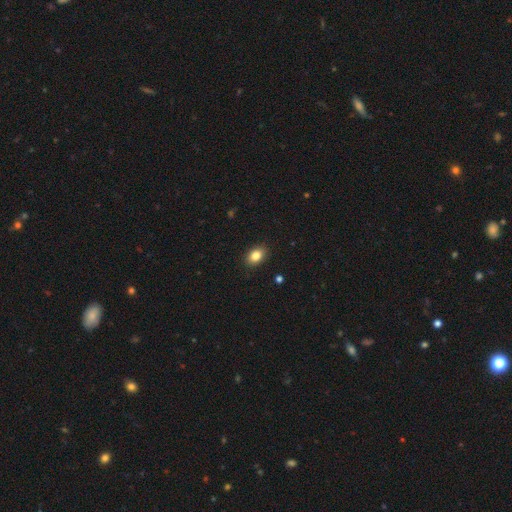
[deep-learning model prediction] Smooth or featured? smooth (84%)
How rounded? in between (77%)
Merging? none (89%)